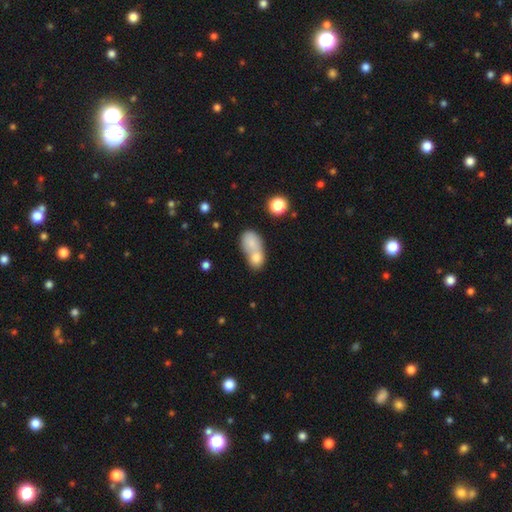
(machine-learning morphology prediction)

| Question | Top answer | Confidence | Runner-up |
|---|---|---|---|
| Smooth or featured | smooth | 76% | featured or disk (15%) |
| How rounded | in between | 65% | round (32%) |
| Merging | merger | 73% | none (18%) |